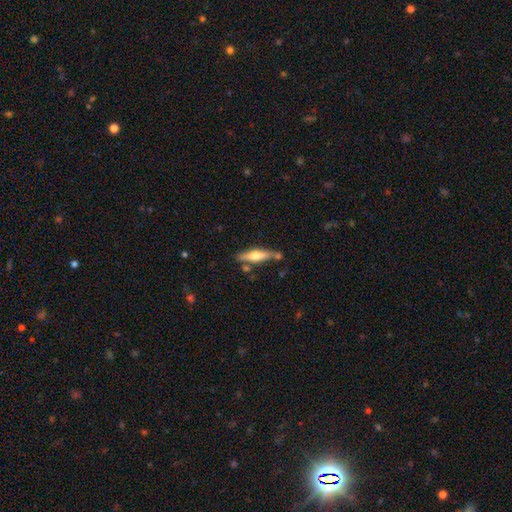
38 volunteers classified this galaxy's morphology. Q: Smooth or featured?
A: featured or disk (63%); runner-up: smooth (29%)
Q: Edge-on disk?
A: yes (100%)
Q: Edge-on bulge?
A: rounded (100%)
Q: Merging?
A: none (69%); runner-up: minor disturbance (20%)